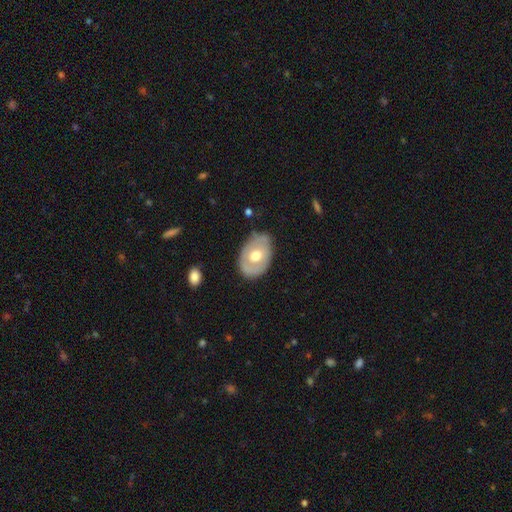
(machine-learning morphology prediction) A featured or disk galaxy (49%).

Vote fractions:
- Smooth or featured? featured or disk: 49% / smooth: 45% / star or artifact: 5%
- Merging? none: 72% / minor disturbance: 21% / major disturbance: 5% / merger: 2%